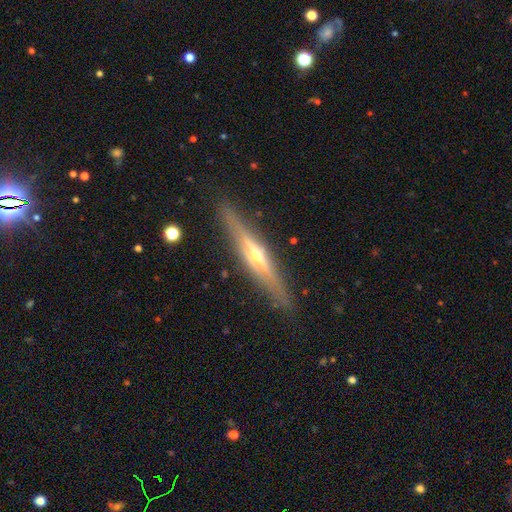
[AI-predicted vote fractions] Q: Smooth or featured?
A: featured or disk (79%); runner-up: smooth (15%)
Q: Edge-on disk?
A: yes (96%); runner-up: no (4%)
Q: Edge-on bulge?
A: rounded (88%); runner-up: none (7%)
Q: Merging?
A: none (88%); runner-up: minor disturbance (9%)